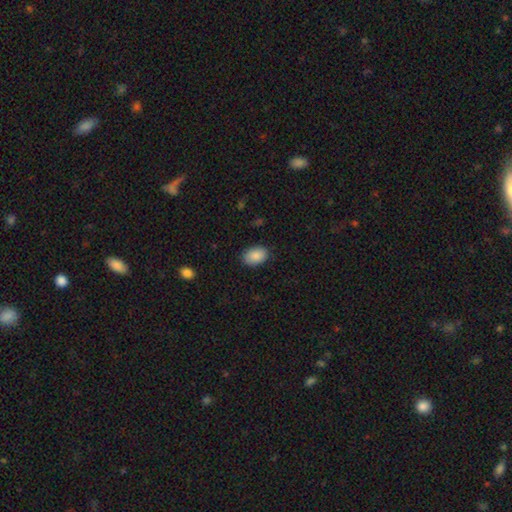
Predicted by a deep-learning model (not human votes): smooth_or_featured: smooth (p=0.89) [alt: star or artifact p=0.07]
how_rounded: in between (p=0.85) [alt: round p=0.14]
merging: none (p=0.86) [alt: minor disturbance p=0.11]